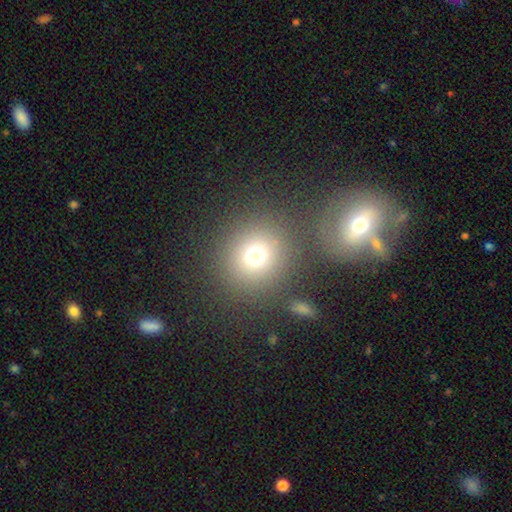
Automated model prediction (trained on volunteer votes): A smooth galaxy with no disk features (72%) that is round (88%). Merging: none (77%).